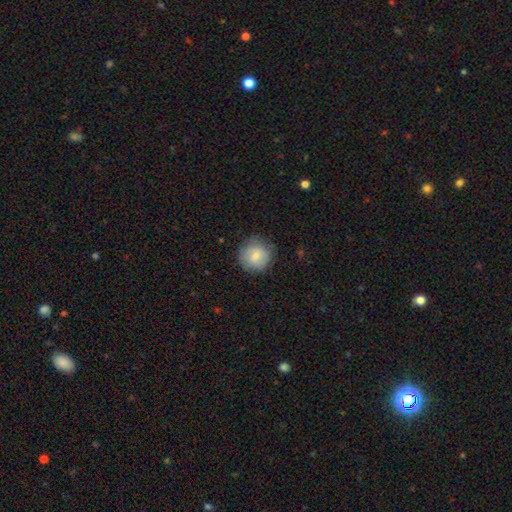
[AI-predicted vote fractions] Smooth or featured? smooth (80%)
How rounded? round (91%)
Merging? none (77%)